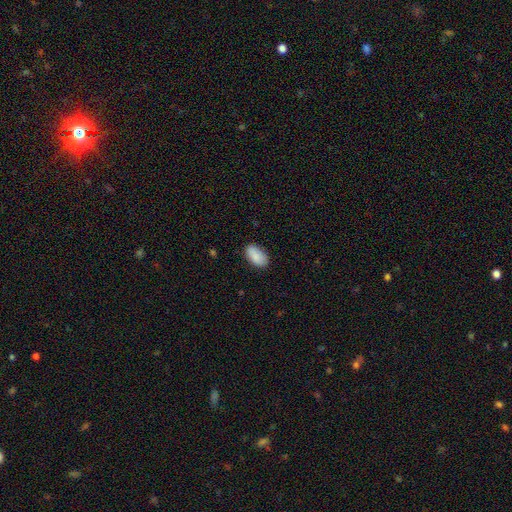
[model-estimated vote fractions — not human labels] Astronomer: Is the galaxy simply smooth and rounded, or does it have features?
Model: smooth — 89%.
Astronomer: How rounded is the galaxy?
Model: in between — 94%.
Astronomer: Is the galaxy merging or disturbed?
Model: none — 83%.